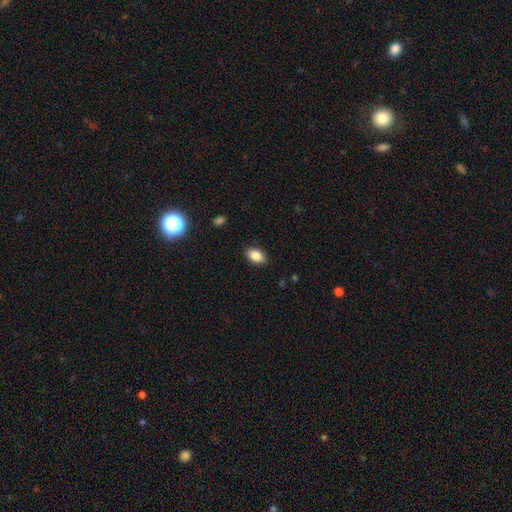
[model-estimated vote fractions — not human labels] smooth_or_featured: smooth (p=0.86) [alt: star or artifact p=0.08]
how_rounded: in between (p=0.88) [alt: round p=0.11]
merging: none (p=0.88) [alt: minor disturbance p=0.09]